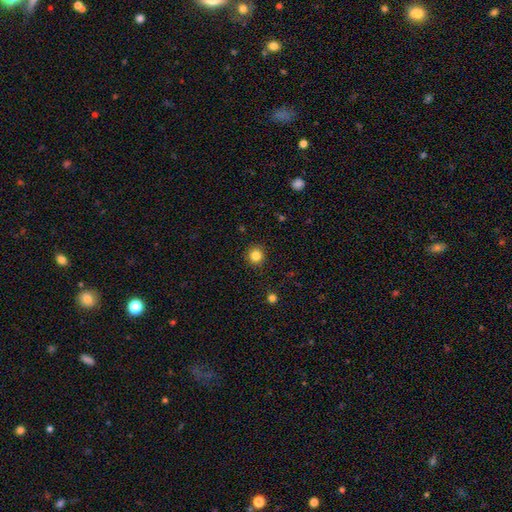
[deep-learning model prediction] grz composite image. It shows a smooth galaxy with no disk features (83%) that is round (93%). Merging: none (91%).